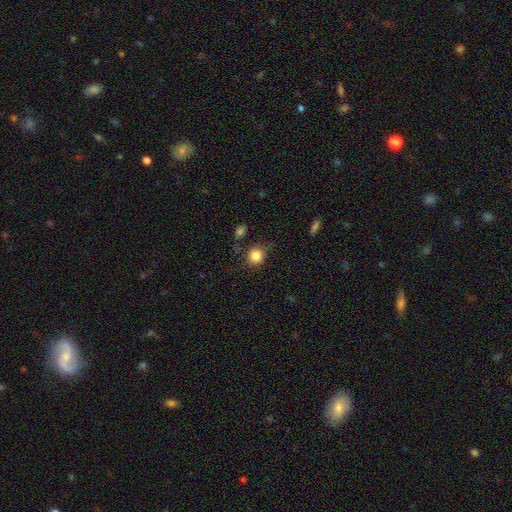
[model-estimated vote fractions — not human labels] This is clearly a smooth galaxy (85%). How rounded: clearly round (86%). Merging: likely none (72%).